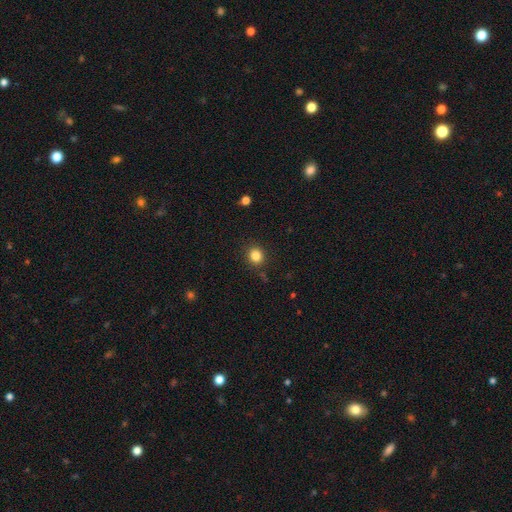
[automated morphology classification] Q: Smooth or featured?
A: smooth (84%); runner-up: star or artifact (12%)
Q: How rounded?
A: round (87%); runner-up: in between (12%)
Q: Merging?
A: none (89%); runner-up: minor disturbance (7%)